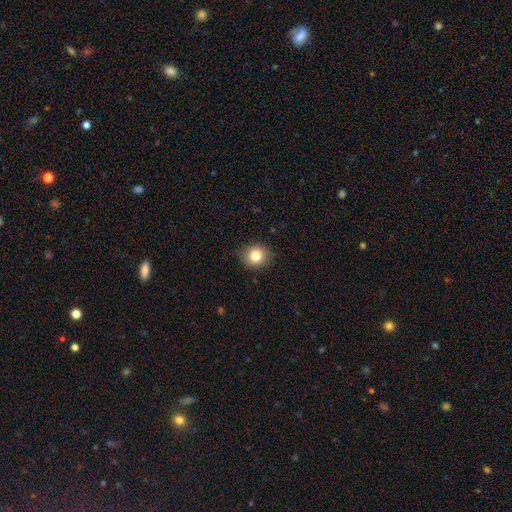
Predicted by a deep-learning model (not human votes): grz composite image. It shows a smooth galaxy with no disk features (81%) that is round (80%). Merging: none (88%).